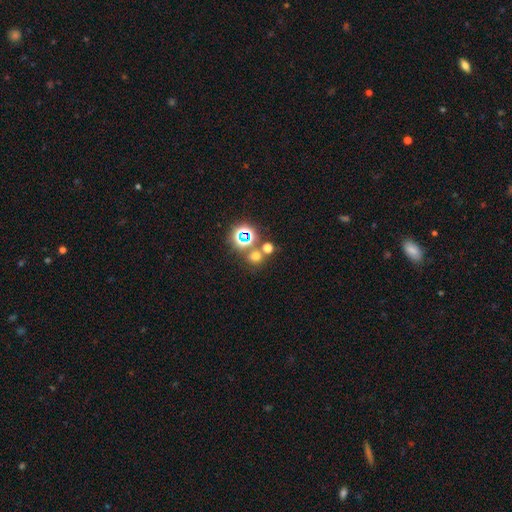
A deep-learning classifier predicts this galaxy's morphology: Smooth or featured: smooth — 57% (star or artifact — 36%)
How rounded: round — 84% (in between — 15%)
Merging: none — 67% (merger — 23%)